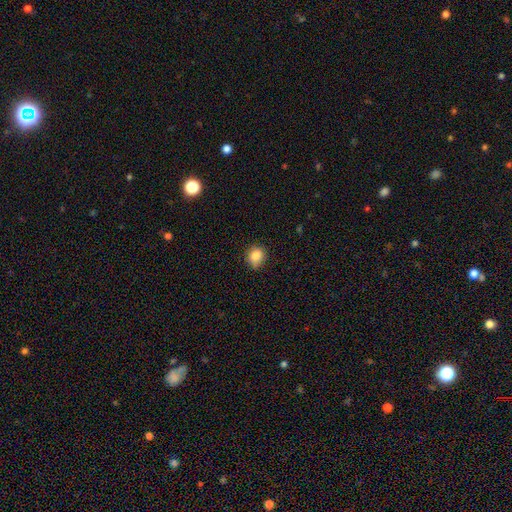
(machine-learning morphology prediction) This appears to be a smooth galaxy with no disk features (85%) that is round (68%). Merging: none (66%).